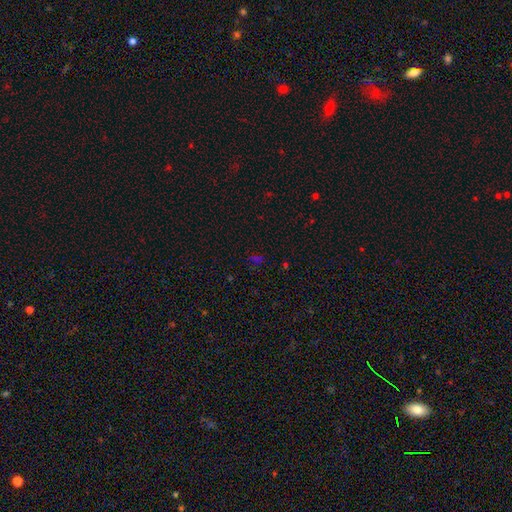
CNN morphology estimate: Smooth or featured? Predicted: star or artifact (p=0.57).